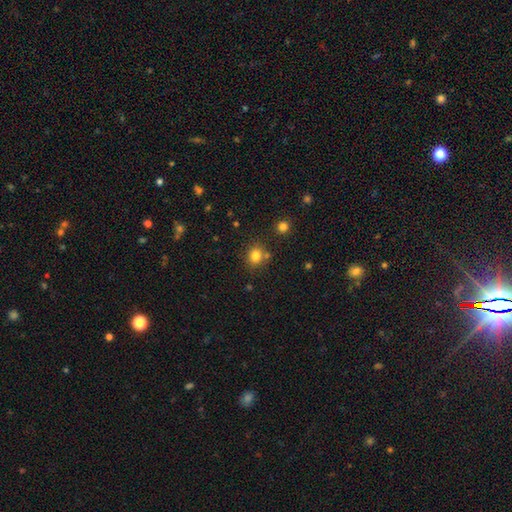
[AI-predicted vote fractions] smooth-or-featured: smooth: 80% | star or artifact: 13% | featured or disk: 7%
  how-rounded: round: 70% | in between: 29% | cigar-shaped: 1%
  merging: none: 73% | merger: 12% | minor disturbance: 11% | major disturbance: 3%